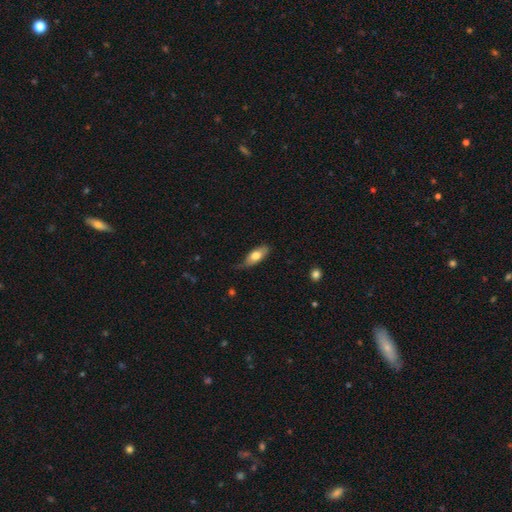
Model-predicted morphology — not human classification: A smooth galaxy with no disk features (72%) that is in between round and cigar-shaped (80%).

Vote fractions:
- Smooth or featured? smooth: 72% / featured or disk: 22% / star or artifact: 6%
- How rounded? in between: 80% / cigar-shaped: 17% / round: 3%
- Merging? none: 59% / minor disturbance: 32% / major disturbance: 7% / merger: 2%